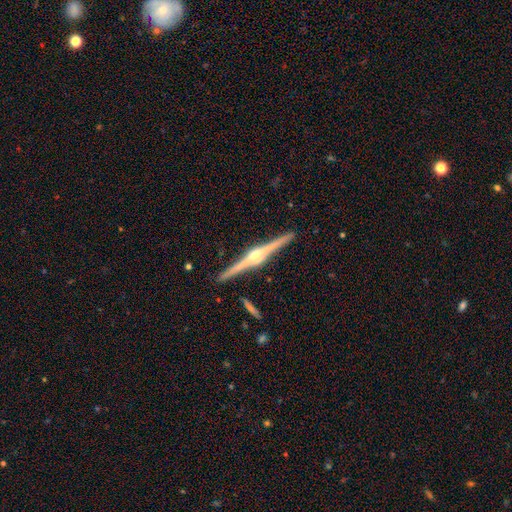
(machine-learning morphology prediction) The model was most divided on "smooth or featured": featured or disk: 87%, smooth: 8%, star or artifact: 5%. More confident: edge-on disk — yes (99%); merging — none (91%); edge-on bulge — rounded (90%).